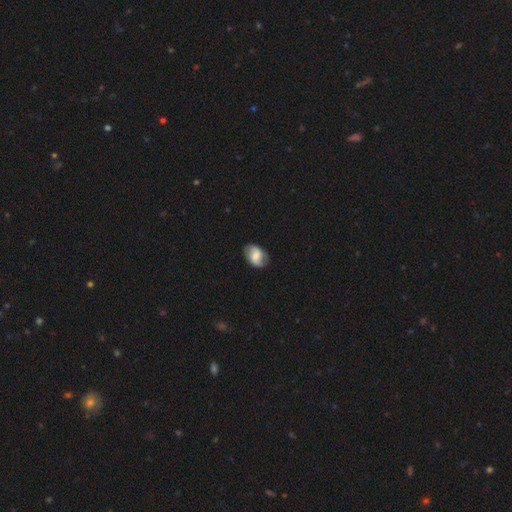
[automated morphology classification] smooth_or_featured: smooth (p=0.51) [alt: featured or disk p=0.41]
how_rounded: in between (p=0.78) [alt: round p=0.21]
merging: none (p=0.77) [alt: minor disturbance p=0.18]